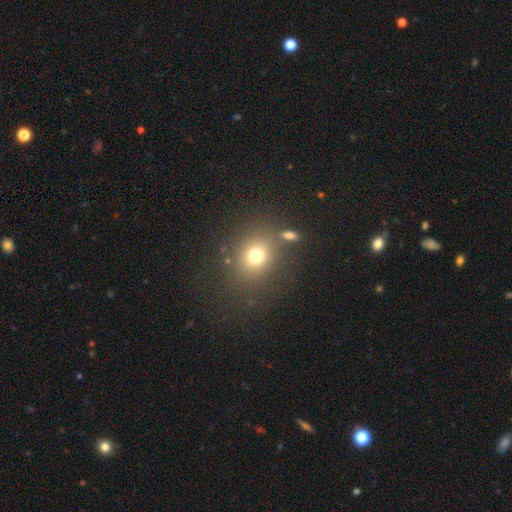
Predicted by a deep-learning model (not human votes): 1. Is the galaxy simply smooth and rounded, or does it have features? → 73% smooth, 16% star or artifact, 11% featured or disk.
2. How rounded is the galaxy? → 69% round, 30% in between, 1% cigar-shaped.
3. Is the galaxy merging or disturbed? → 75% none, 11% minor disturbance, 8% merger, 6% major disturbance.